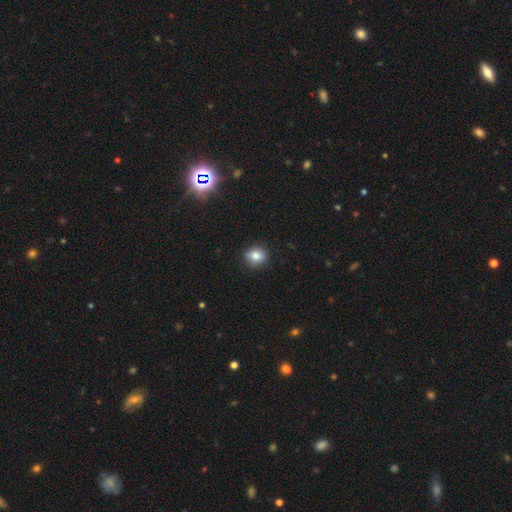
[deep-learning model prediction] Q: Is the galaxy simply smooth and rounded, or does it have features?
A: smooth — 82%.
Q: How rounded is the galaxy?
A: round — 72%.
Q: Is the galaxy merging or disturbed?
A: none — 88%.